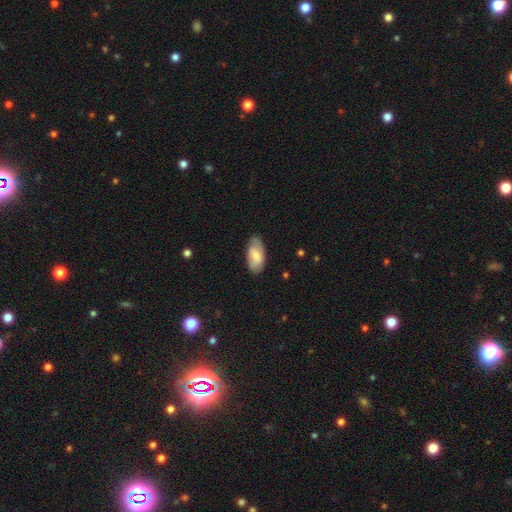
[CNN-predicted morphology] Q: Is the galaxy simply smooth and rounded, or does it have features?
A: smooth — 67%.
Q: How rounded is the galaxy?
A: in between — 93%.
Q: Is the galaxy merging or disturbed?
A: none — 79%.